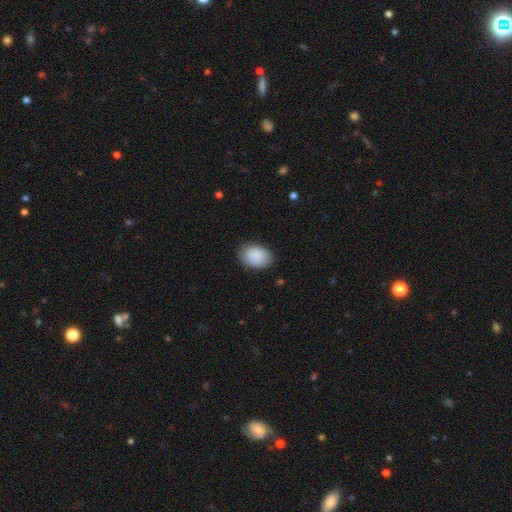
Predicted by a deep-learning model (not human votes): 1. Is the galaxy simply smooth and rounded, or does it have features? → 89% smooth, 6% star or artifact, 4% featured or disk.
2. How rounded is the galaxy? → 83% in between, 16% round, 1% cigar-shaped.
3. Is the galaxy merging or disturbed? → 82% none, 14% minor disturbance, 3% major disturbance, 1% merger.